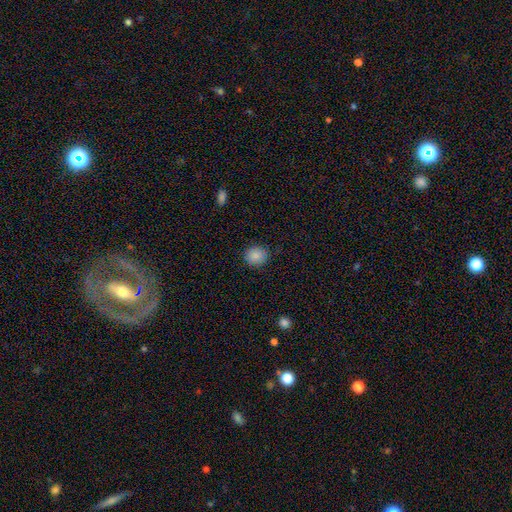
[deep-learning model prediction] This is clearly a smooth galaxy (87%). How rounded: clearly round (84%). Merging: clearly none (89%).